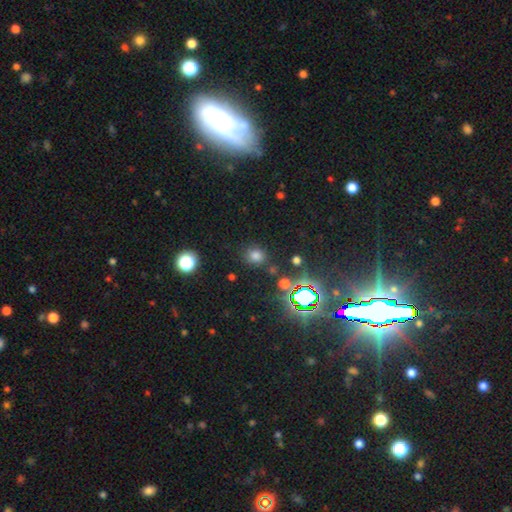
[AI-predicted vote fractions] Morphology: type=smooth (68%); roundness=round (76%); merging=none (81%).